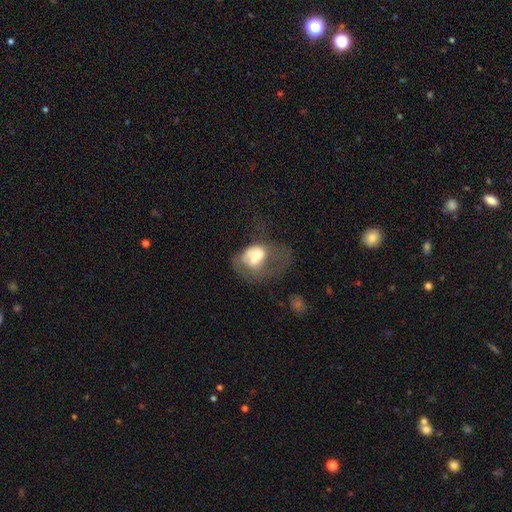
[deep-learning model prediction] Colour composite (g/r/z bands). It shows a smooth galaxy with no disk features (47%). Merging: merger (42%).